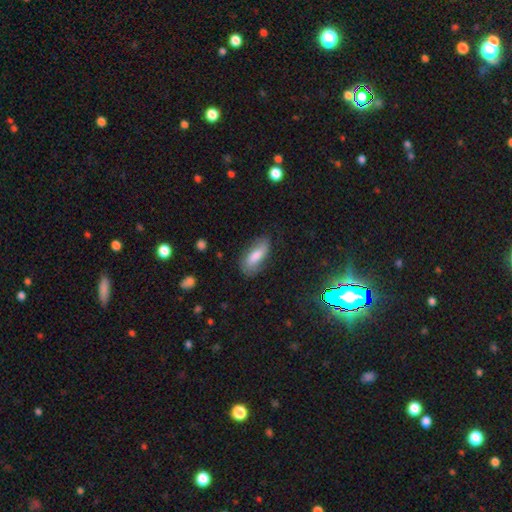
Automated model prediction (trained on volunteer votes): Smooth or featured? smooth (67%)
How rounded? in between (77%)
Merging? none (72%)